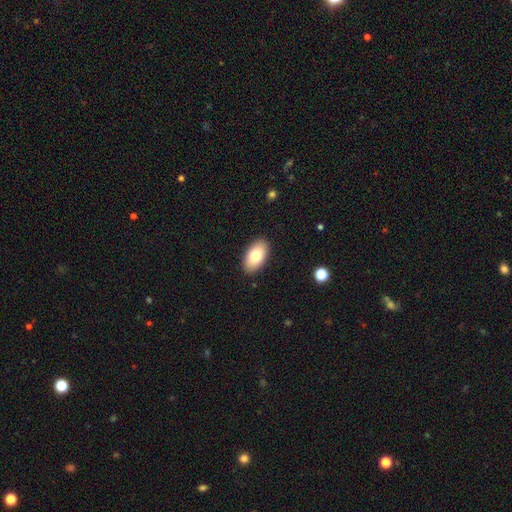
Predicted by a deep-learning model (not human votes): A smooth galaxy with no disk features (78%) that is in between round and cigar-shaped (95%).

Vote fractions:
- Smooth or featured? smooth: 78% / featured or disk: 15% / star or artifact: 7%
- How rounded? in between: 95% / round: 4% / cigar-shaped: 2%
- Merging? none: 90% / minor disturbance: 7% / major disturbance: 2% / merger: 1%